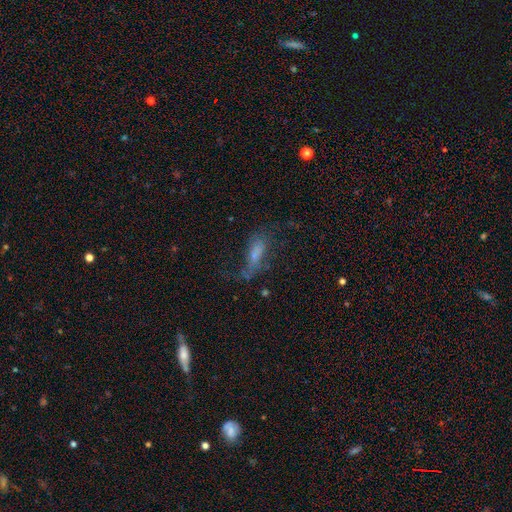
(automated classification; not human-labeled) The model was most divided on "smooth or featured": featured or disk: 45%, smooth: 37%, star or artifact: 18%. Remaining: merging — none (46%).